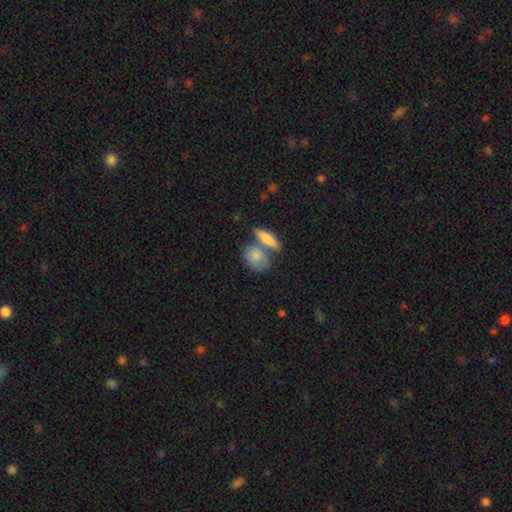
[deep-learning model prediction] Smooth or featured? smooth (80%)
How rounded? in between (62%)
Merging? none (43%)